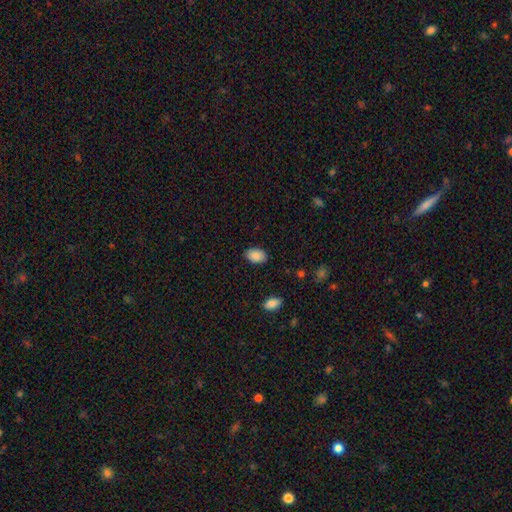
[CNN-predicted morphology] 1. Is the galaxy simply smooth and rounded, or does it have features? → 89% smooth, 7% star or artifact, 4% featured or disk.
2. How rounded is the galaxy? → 91% in between, 8% round, 1% cigar-shaped.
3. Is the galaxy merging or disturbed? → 87% none, 10% minor disturbance, 2% major disturbance, 1% merger.